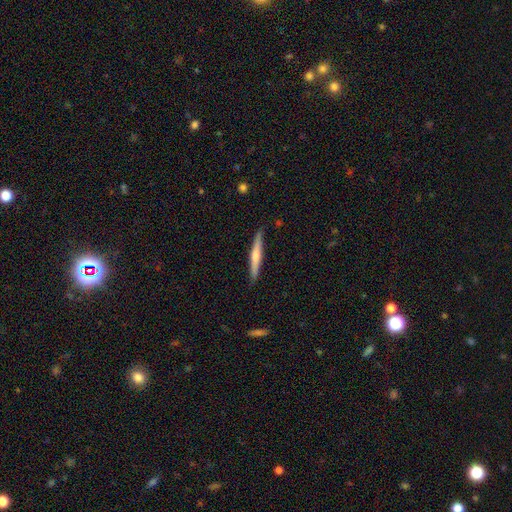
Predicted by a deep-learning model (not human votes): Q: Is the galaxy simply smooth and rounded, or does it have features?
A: featured or disk — 48%.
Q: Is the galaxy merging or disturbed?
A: none — 88%.